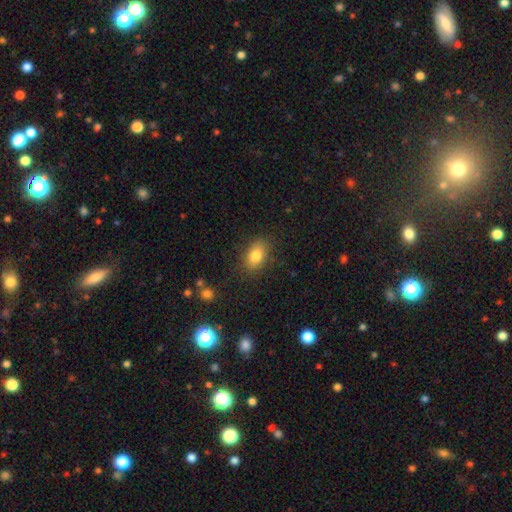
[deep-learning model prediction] Overall: smooth (82%). How rounded: in between (84%). Merging: none (82%).